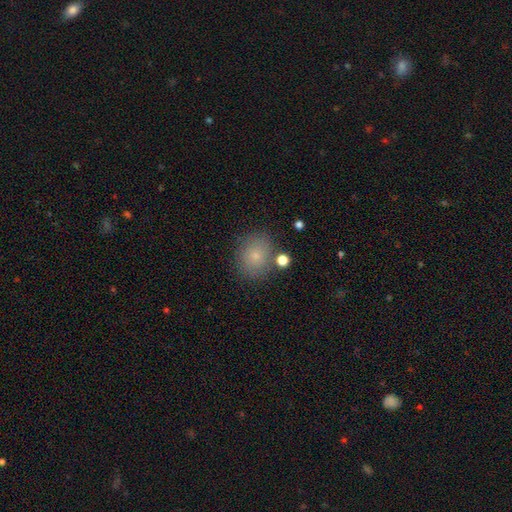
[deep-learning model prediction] Overall: smooth (77%). How rounded: round (76%). Merging: none (78%).